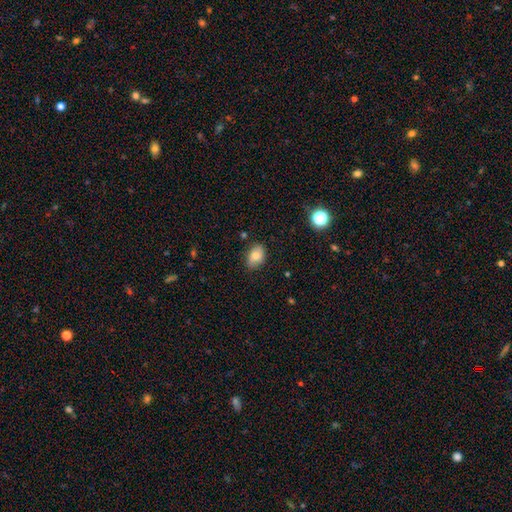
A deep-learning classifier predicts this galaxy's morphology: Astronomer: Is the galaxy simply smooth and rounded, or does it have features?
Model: smooth — 83%.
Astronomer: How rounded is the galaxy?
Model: in between — 79%.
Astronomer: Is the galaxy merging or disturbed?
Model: none — 75%.